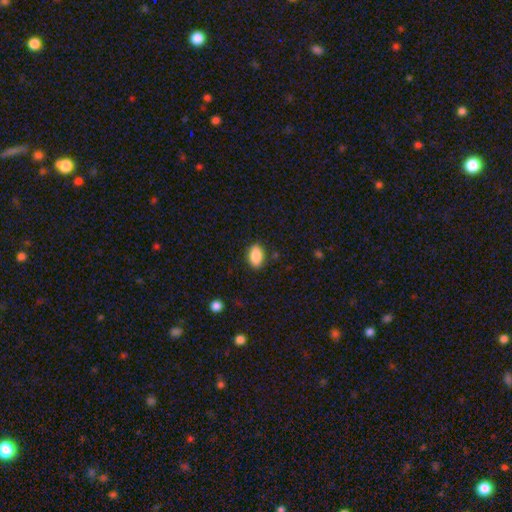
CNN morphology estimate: Q: Smooth or featured?
A: smooth (87%); runner-up: star or artifact (8%)
Q: How rounded?
A: in between (89%); runner-up: round (7%)
Q: Merging?
A: none (84%); runner-up: minor disturbance (12%)